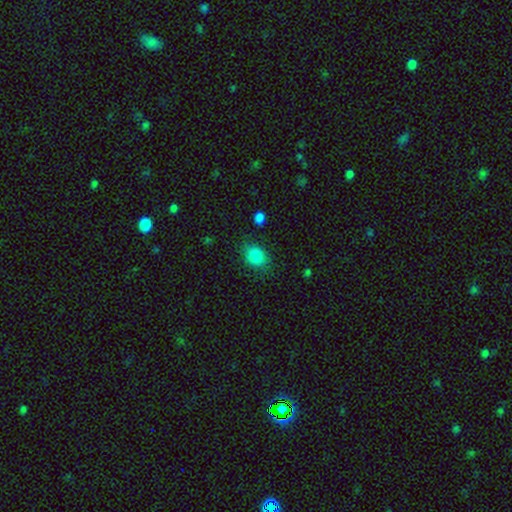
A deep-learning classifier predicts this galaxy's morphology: smooth-or-featured: smooth: 86% | star or artifact: 9% | featured or disk: 5%
  how-rounded: in between: 54% | round: 45% | cigar-shaped: 1%
  merging: none: 78% | minor disturbance: 15% | major disturbance: 5% | merger: 2%